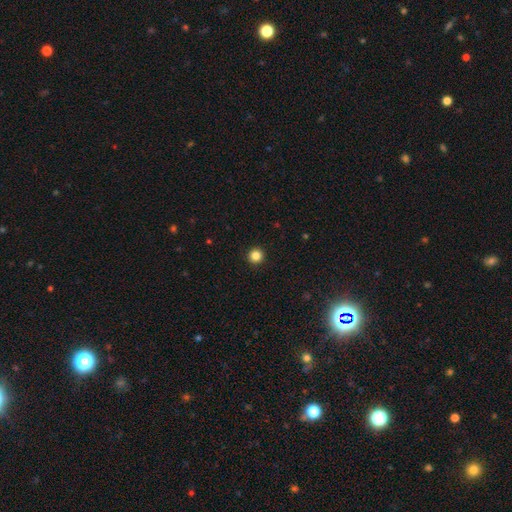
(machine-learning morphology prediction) A smooth galaxy with no disk features (85%) that is round (96%). Merging: none (94%).